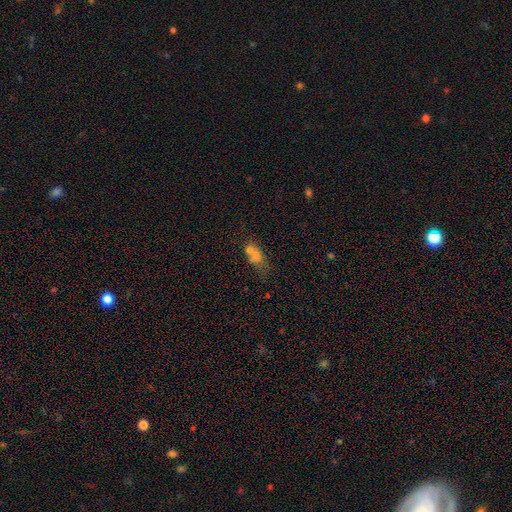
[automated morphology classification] A smooth galaxy with no disk features (60%) that is in between round and cigar-shaped (57%). Merging: merger (44%).